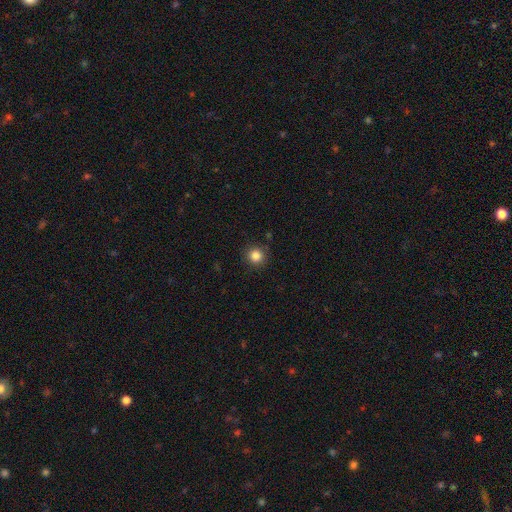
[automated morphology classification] A smooth galaxy with no disk features (84%) that is round (94%).

Vote fractions:
- Smooth or featured? smooth: 84% / star or artifact: 11% / featured or disk: 5%
- How rounded? round: 94% / in between: 5% / cigar-shaped: 1%
- Merging? none: 90% / minor disturbance: 7% / major disturbance: 2% / merger: 1%